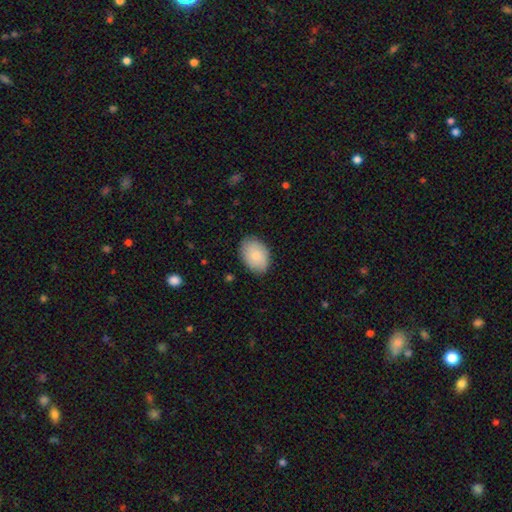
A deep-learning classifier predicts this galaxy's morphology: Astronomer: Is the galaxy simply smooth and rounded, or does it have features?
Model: smooth — 82%.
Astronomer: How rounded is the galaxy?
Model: in between — 85%.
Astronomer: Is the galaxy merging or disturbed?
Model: none — 83%.